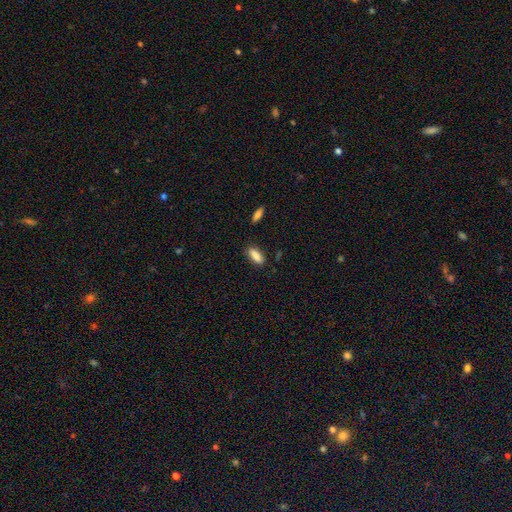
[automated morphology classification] This appears to be a smooth galaxy with no disk features (86%) that is in between round and cigar-shaped (71%). Merging: none (83%).